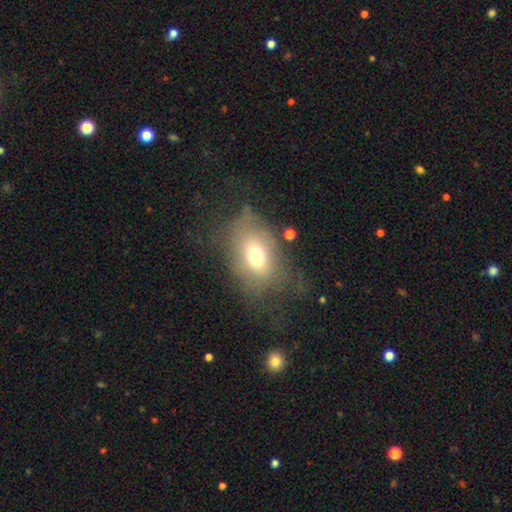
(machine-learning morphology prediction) smooth_or_featured: smooth (p=0.64) [alt: featured or disk p=0.22]
how_rounded: in between (p=0.70) [alt: round p=0.28]
merging: none (p=0.52) [alt: major disturbance p=0.23]